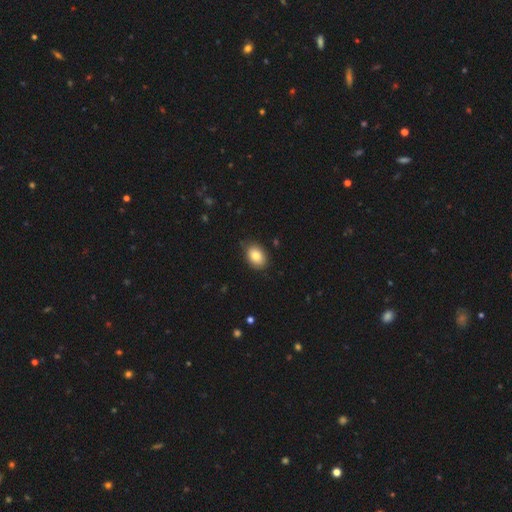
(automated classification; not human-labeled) smooth_or_featured: smooth (p=0.83) [alt: featured or disk p=0.09]
how_rounded: in between (p=0.80) [alt: round p=0.19]
merging: none (p=0.82) [alt: minor disturbance p=0.14]